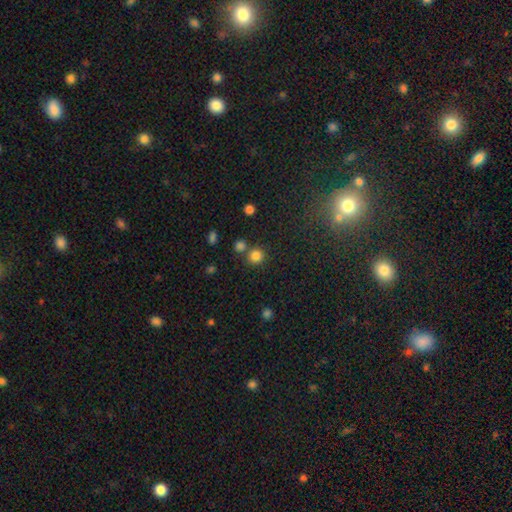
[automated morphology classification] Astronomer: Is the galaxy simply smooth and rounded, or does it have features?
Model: smooth — 81%.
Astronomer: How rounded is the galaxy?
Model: round — 88%.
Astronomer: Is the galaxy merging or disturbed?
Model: none — 71%.